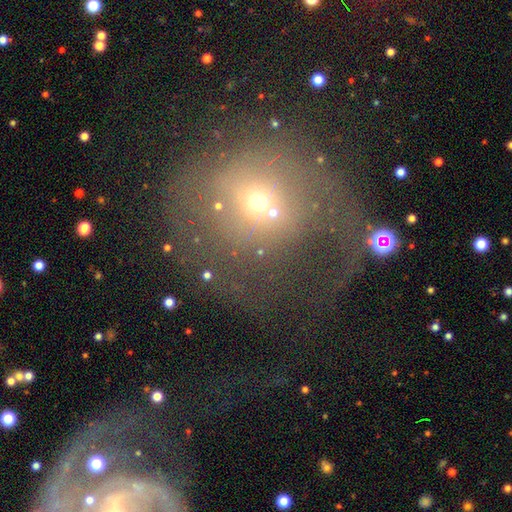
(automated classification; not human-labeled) Morphology: type=smooth (44%); merging=major disturbance (43%).